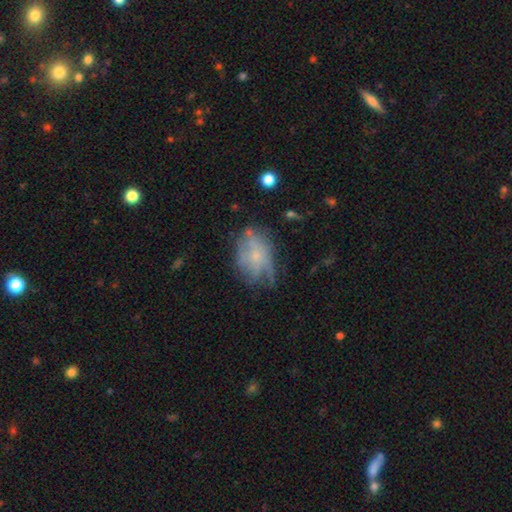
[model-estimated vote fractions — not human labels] This is possibly a featured or disk galaxy (54%). It is clearly not viewed edge-on (95%). Bar: clearly no (82%). Spiral arm pattern: possibly yes (56%). Central bulge: likely small (70%). Merging: possibly none (45%).